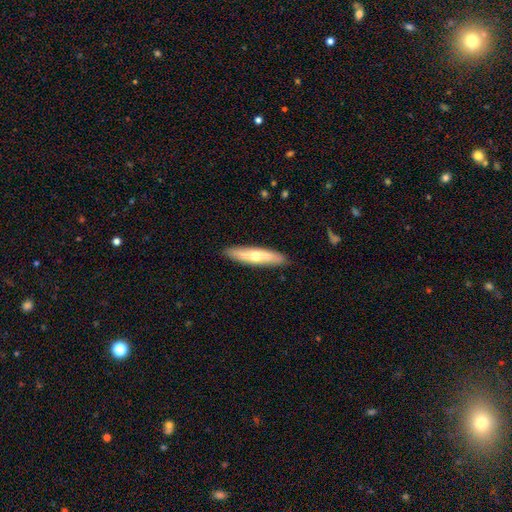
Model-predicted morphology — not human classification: smooth-or-featured: smooth: 53% | featured or disk: 42% | star or artifact: 5%
  how-rounded: cigar-shaped: 84% | in between: 15% | round: 2%
  merging: none: 89% | minor disturbance: 8% | major disturbance: 2% | merger: 1%